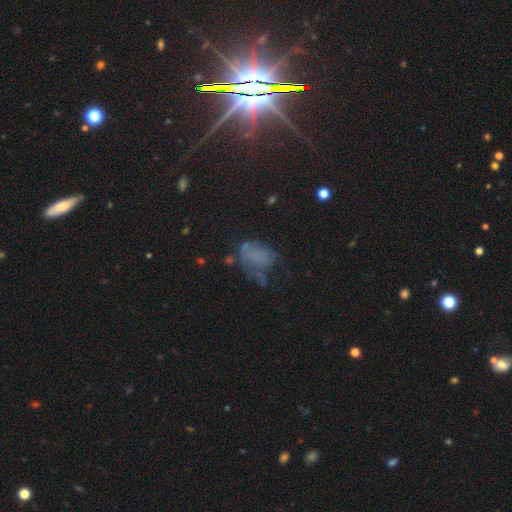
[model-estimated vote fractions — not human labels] Smooth or featured? smooth (47%)
Merging? major disturbance (38%)